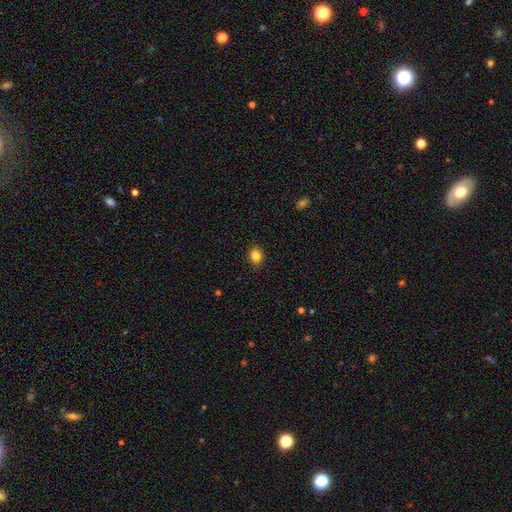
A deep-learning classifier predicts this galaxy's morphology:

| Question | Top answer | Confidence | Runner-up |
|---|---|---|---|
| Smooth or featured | smooth | 85% | star or artifact (11%) |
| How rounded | round | 58% | in between (41%) |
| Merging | none | 90% | minor disturbance (7%) |